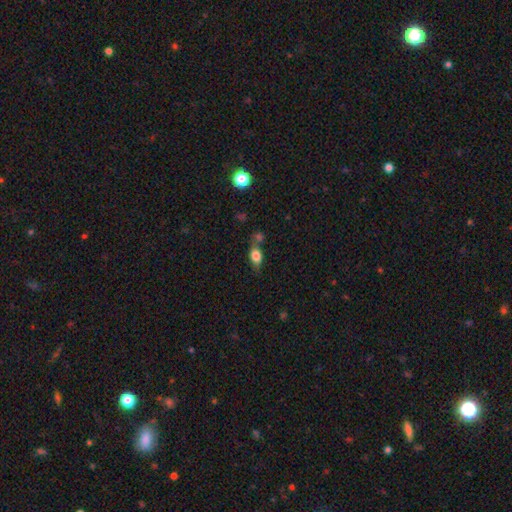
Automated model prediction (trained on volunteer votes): Smooth or featured: smooth — 79% (featured or disk — 12%)
How rounded: in between — 78% (round — 17%)
Merging: none — 50% (merger — 25%)